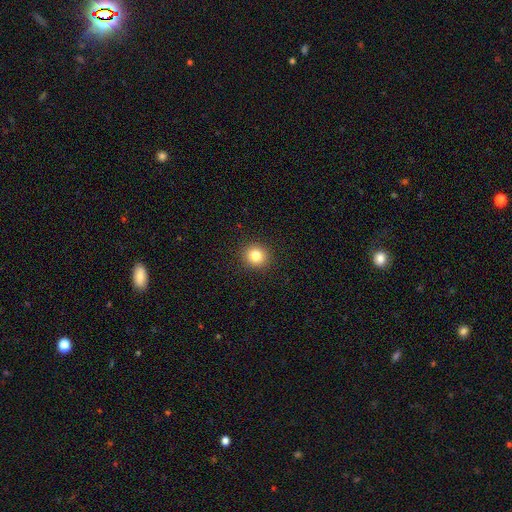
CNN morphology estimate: The model was most divided on "smooth or featured": smooth: 82%, star or artifact: 11%, featured or disk: 7%. More confident: merging — none (91%); how rounded — round (88%).